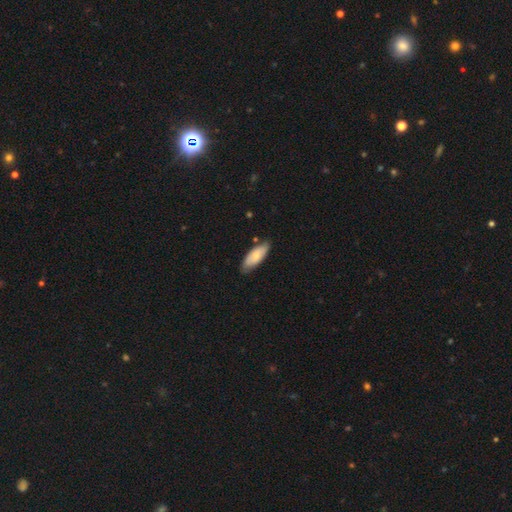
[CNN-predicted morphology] Q: Smooth or featured?
A: smooth (77%); runner-up: featured or disk (17%)
Q: How rounded?
A: in between (75%); runner-up: cigar-shaped (23%)
Q: Merging?
A: none (76%); runner-up: minor disturbance (19%)